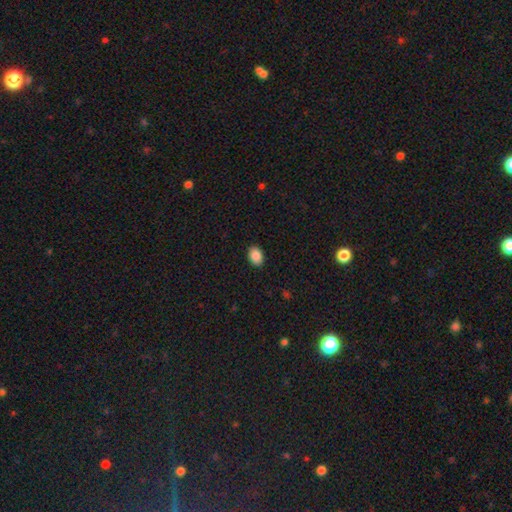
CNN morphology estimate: A smooth galaxy with no disk features (88%) that is in between round and cigar-shaped (80%). Merging: none (90%).